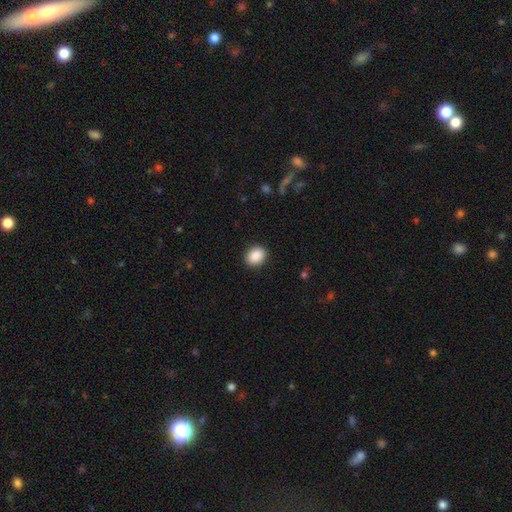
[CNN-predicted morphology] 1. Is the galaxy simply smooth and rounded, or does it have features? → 89% smooth, 8% star or artifact, 3% featured or disk.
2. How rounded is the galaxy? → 54% in between, 46% round, 1% cigar-shaped.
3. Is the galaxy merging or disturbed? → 90% none, 7% minor disturbance, 2% major disturbance, 1% merger.